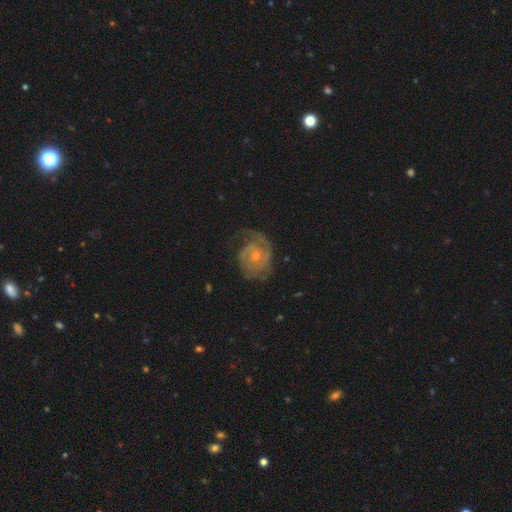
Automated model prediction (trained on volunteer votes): Overall: featured or disk (82%). Edge-on disk: no (98%). Bar: no (71%). Spiral arms: yes (93%). Spiral arm count: 2 (46%; can't tell 23%). Spiral winding: tight (49%; medium 37%). Bulge size: small (68%). Merging: none (58%; minor disturbance 23%).